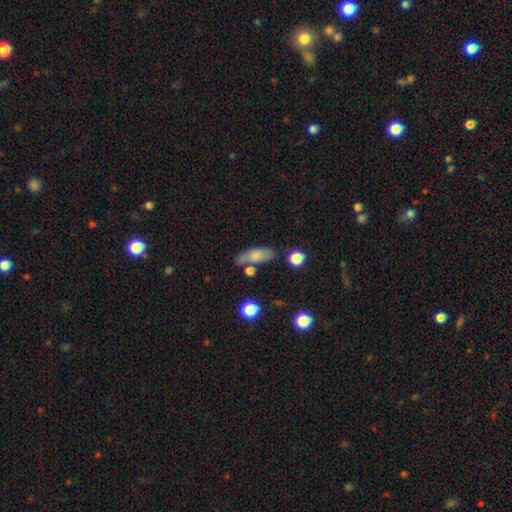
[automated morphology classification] smooth_or_featured: smooth (p=0.72) [alt: featured or disk p=0.20]
how_rounded: in between (p=0.73) [alt: cigar-shaped p=0.21]
merging: none (p=0.54) [alt: minor disturbance p=0.20]